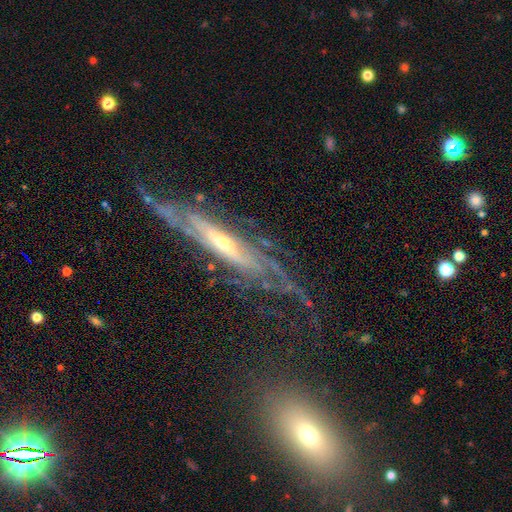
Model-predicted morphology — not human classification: This appears to be a featured or disk galaxy (84%) with no bar (44%), spiral arms (90%) and a small central bulge (58%). Merging: none (60%).